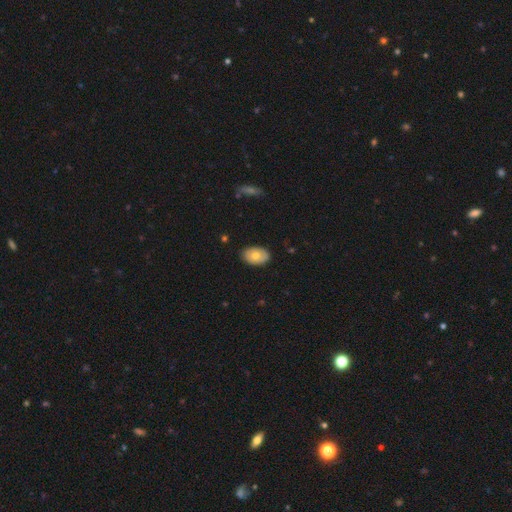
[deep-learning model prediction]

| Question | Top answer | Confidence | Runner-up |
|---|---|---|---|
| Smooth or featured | smooth | 68% | featured or disk (25%) |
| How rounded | in between | 88% | round (11%) |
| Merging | none | 85% | minor disturbance (12%) |